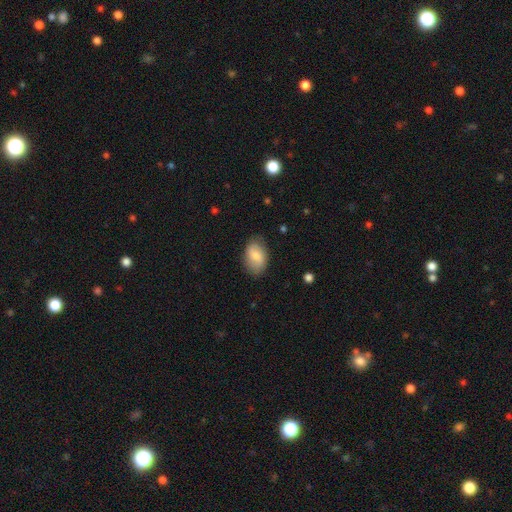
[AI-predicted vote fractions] Smooth or featured? Predicted: smooth (p=0.74). How rounded? Predicted: in between (p=0.89). Merging? Predicted: none (p=0.77).